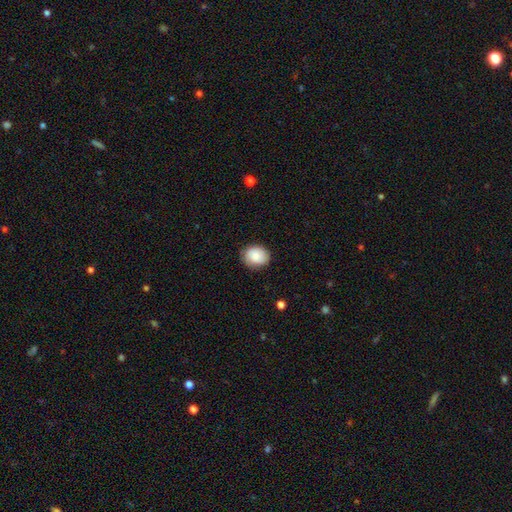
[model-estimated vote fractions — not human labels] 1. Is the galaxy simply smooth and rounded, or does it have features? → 84% smooth, 9% featured or disk, 7% star or artifact.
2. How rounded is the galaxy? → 59% round, 40% in between, 1% cigar-shaped.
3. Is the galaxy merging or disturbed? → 79% none, 17% minor disturbance, 3% major disturbance, 1% merger.